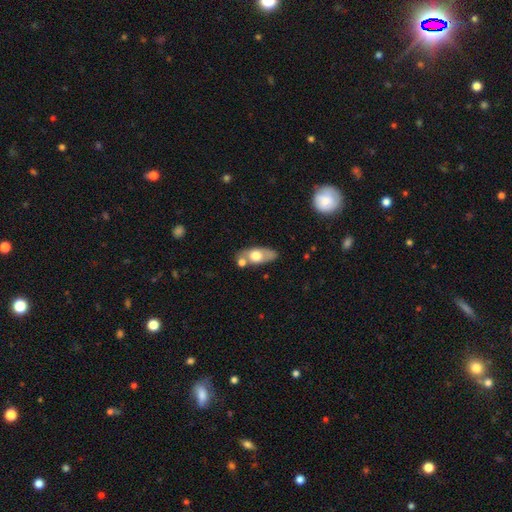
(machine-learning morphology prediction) Smooth or featured? Predicted: smooth (p=0.59). How rounded? Predicted: in between (p=0.82). Merging? Predicted: none (p=0.60).